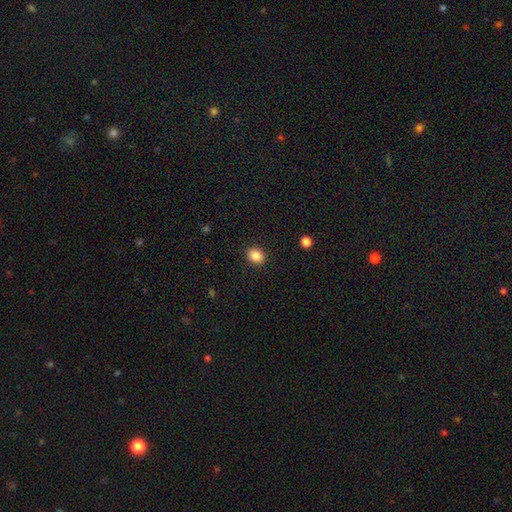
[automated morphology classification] smooth 86%, star or artifact 9%, featured or disk 4%. Down the decision tree: how rounded — in between (50%); merging — none (90%).